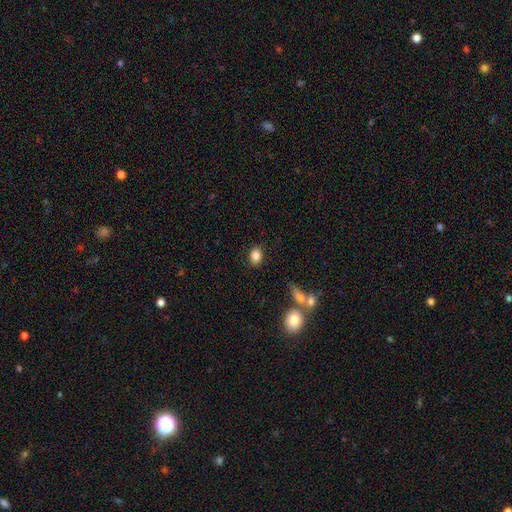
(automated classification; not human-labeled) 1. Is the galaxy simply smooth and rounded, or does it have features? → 85% smooth, 9% star or artifact, 7% featured or disk.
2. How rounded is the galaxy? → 72% in between, 26% round, 1% cigar-shaped.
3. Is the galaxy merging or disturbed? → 84% none, 9% minor disturbance, 3% merger, 3% major disturbance.